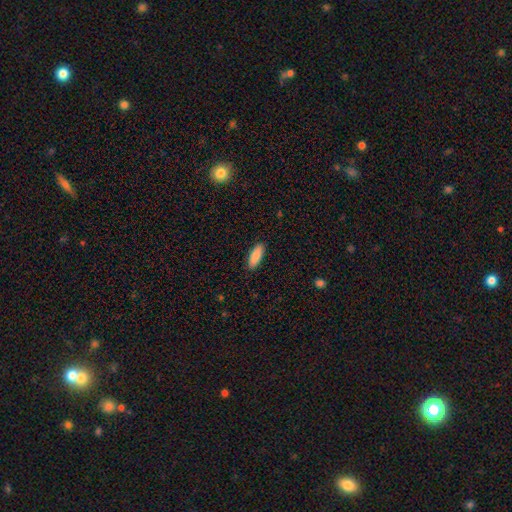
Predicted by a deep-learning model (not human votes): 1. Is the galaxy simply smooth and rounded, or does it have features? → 87% smooth, 7% featured or disk, 6% star or artifact.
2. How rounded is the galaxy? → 60% in between, 38% cigar-shaped, 2% round.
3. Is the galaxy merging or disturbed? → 89% none, 8% minor disturbance, 2% major disturbance, 1% merger.